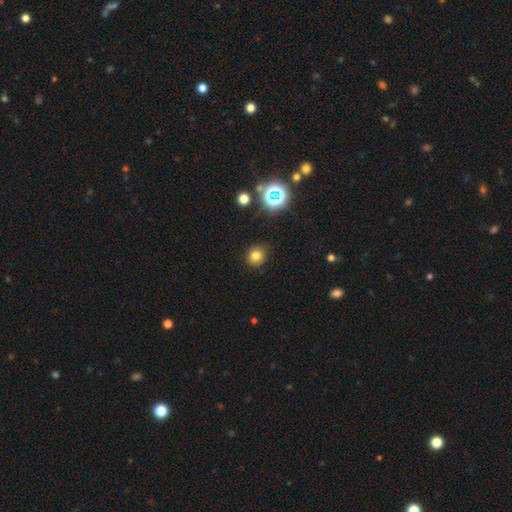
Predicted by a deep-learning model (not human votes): Smooth or featured: smooth — 75% (star or artifact — 18%)
How rounded: round — 81% (in between — 18%)
Merging: none — 86% (minor disturbance — 9%)